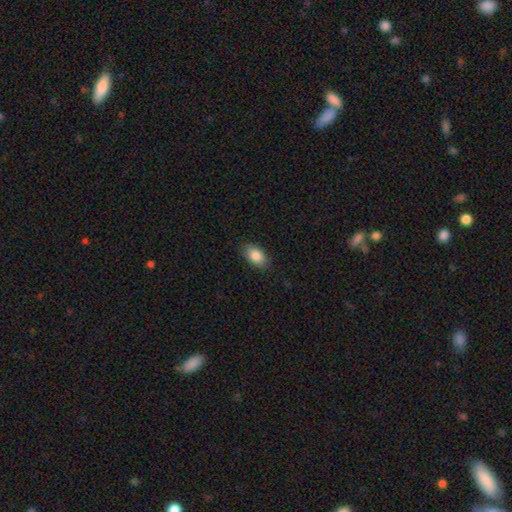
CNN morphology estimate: smooth 85%, featured or disk 7%, star or artifact 7%. Down the decision tree: how rounded — in between (91%); merging — none (86%).